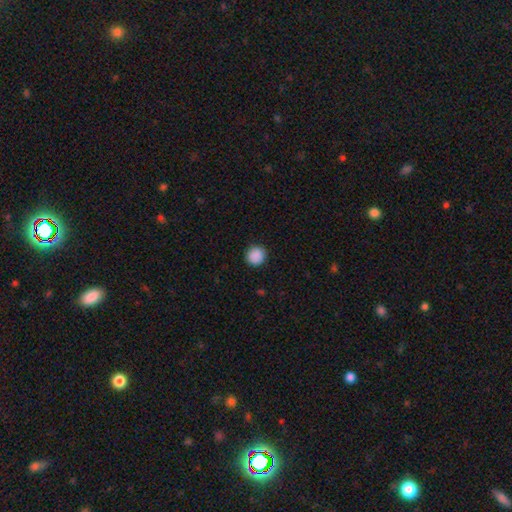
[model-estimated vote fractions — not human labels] This is clearly a smooth galaxy (89%). How rounded: clearly round (93%). Merging: clearly none (91%).